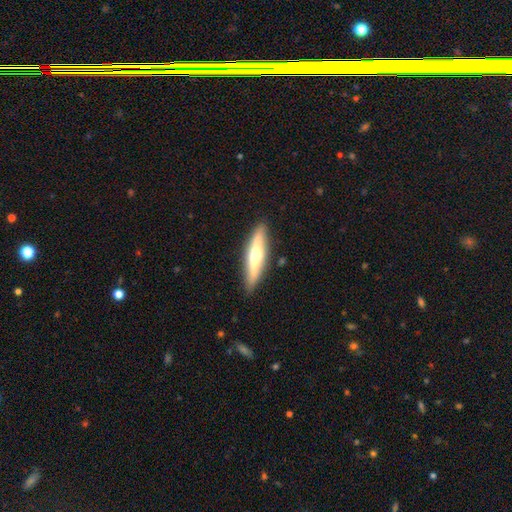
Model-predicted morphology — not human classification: A featured or disk galaxy (58%) viewed edge-on (92%) with a rounded central bulge (91%).

Vote fractions:
- Smooth or featured? featured or disk: 58% / smooth: 37% / star or artifact: 5%
- Edge-on disk? yes: 92% / no: 8%
- Edge-on bulge? rounded: 91% / none: 6% / boxy: 4%
- Merging? none: 88% / minor disturbance: 9% / major disturbance: 2% / merger: 1%